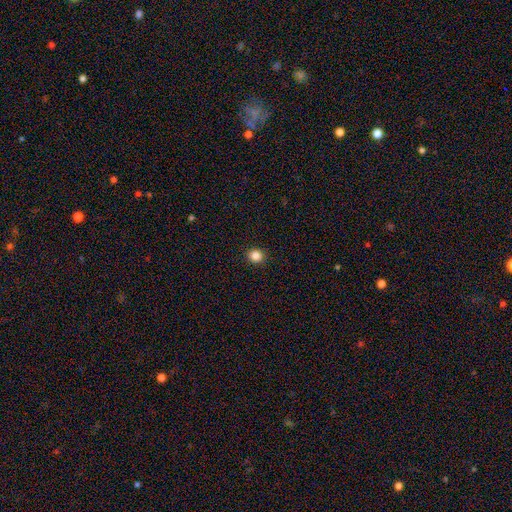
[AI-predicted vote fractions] Morphology: type=smooth (85%); roundness=round (88%); merging=none (93%).